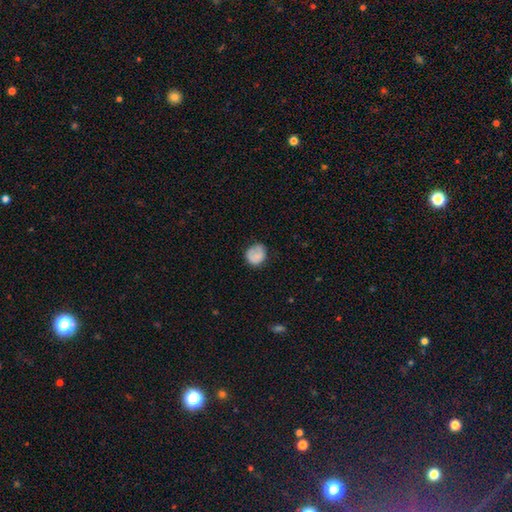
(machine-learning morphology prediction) This is clearly a smooth galaxy (80%). How rounded: likely round (78%). Merging: likely none (68%).